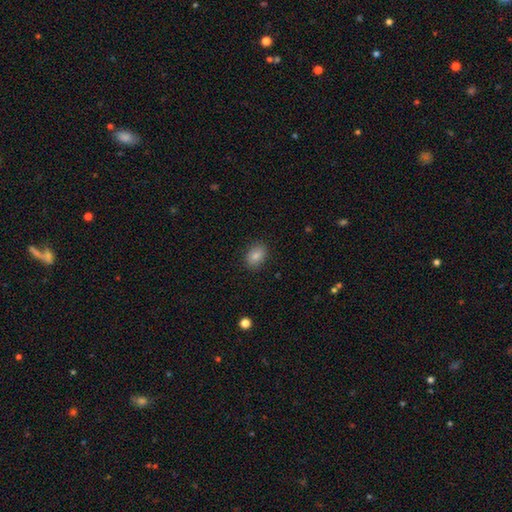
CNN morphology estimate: Q: Smooth or featured?
A: smooth (84%); runner-up: star or artifact (9%)
Q: How rounded?
A: in between (75%); runner-up: round (24%)
Q: Merging?
A: none (87%); runner-up: minor disturbance (10%)